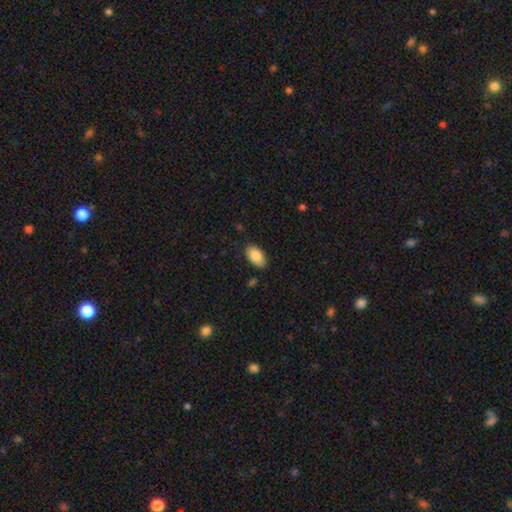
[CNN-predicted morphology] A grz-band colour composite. It shows a smooth galaxy with no disk features (86%) that is in between round and cigar-shaped (95%). Merging: none (85%).